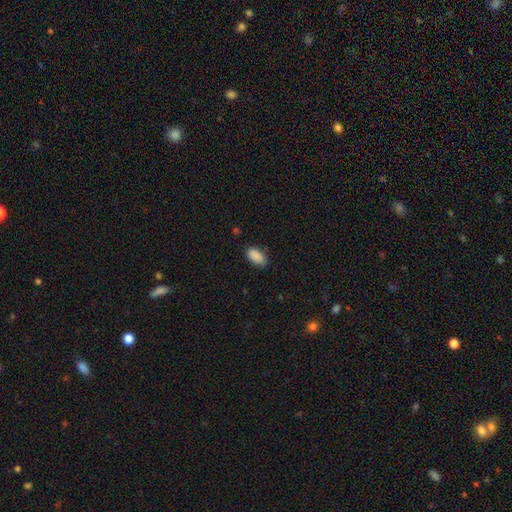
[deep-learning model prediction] smooth_or_featured: smooth (p=0.90) [alt: star or artifact p=0.07]
how_rounded: in between (p=0.93) [alt: cigar-shaped p=0.04]
merging: none (p=0.81) [alt: minor disturbance p=0.15]